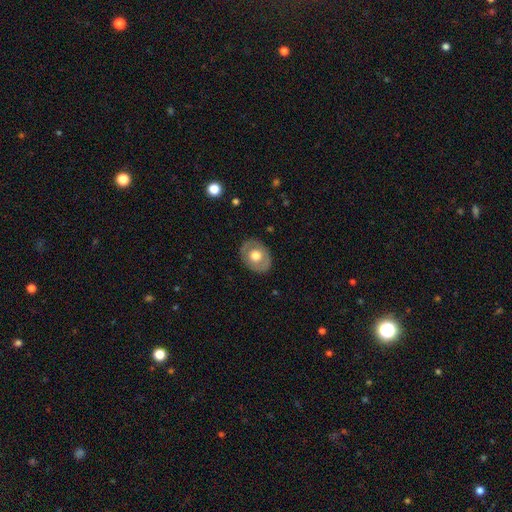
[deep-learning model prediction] Smooth or featured? Predicted: smooth (p=0.58). How rounded? Predicted: in between (p=0.53). Merging? Predicted: none (p=0.83).